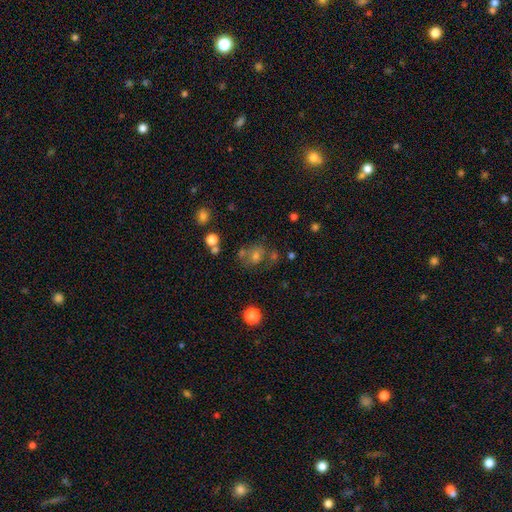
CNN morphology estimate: Q: Smooth or featured?
A: smooth (56%); runner-up: star or artifact (22%)
Q: How rounded?
A: round (67%); runner-up: in between (32%)
Q: Merging?
A: none (56%); runner-up: merger (18%)